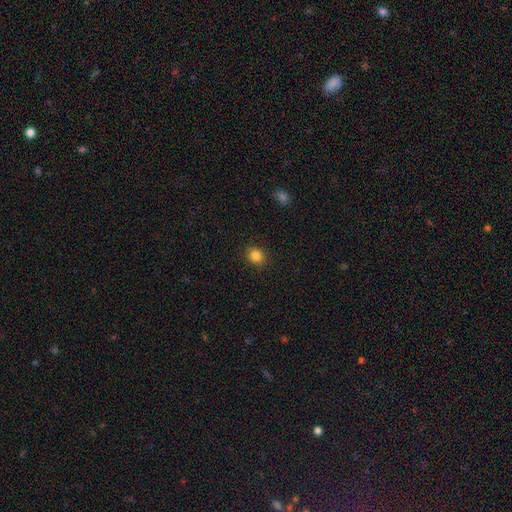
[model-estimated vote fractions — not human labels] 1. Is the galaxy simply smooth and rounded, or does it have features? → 84% smooth, 11% star or artifact, 5% featured or disk.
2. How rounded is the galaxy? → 73% round, 26% in between, 1% cigar-shaped.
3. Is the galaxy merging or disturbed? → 90% none, 7% minor disturbance, 2% major disturbance, 1% merger.